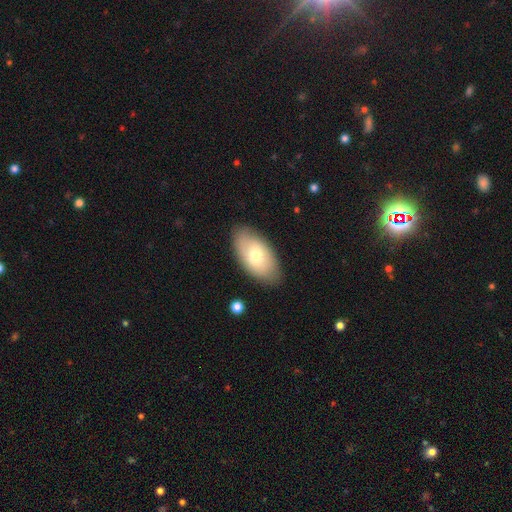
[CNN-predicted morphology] Smooth or featured: smooth — 66% (featured or disk — 27%)
How rounded: in between — 94% (round — 4%)
Merging: none — 84% (minor disturbance — 12%)